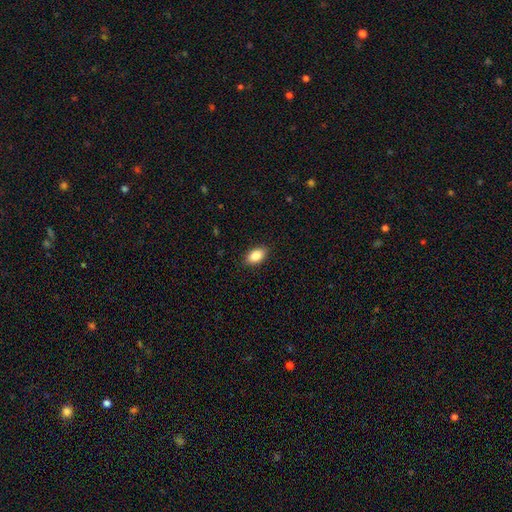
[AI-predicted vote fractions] A smooth galaxy with no disk features (87%) that is in between round and cigar-shaped (92%). Merging: none (88%).